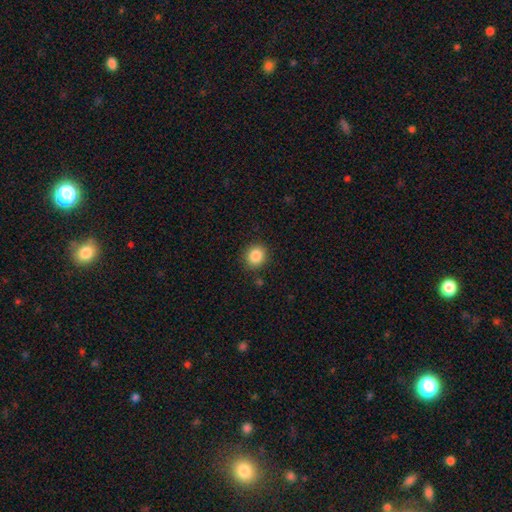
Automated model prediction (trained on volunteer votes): smooth 86%, star or artifact 10%, featured or disk 4%. Down the decision tree: how rounded — round (81%); merging — none (88%).